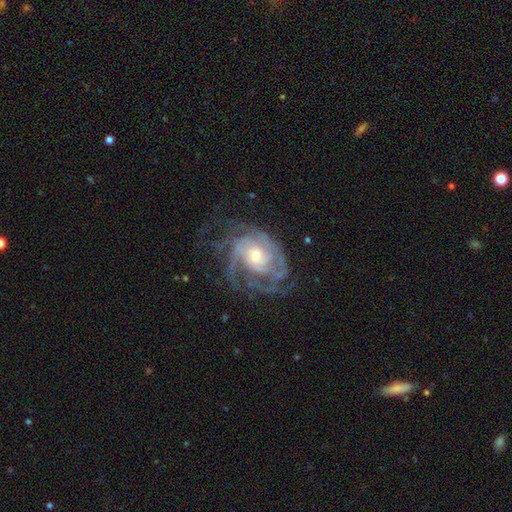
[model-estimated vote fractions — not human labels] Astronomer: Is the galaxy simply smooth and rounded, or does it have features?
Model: featured or disk — 88%.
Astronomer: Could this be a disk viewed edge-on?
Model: no — 97%.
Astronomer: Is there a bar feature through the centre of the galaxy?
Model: no — 70%.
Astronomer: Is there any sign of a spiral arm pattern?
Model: yes — 95%.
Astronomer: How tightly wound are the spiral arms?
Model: tight — 58%.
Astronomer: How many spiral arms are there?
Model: can't tell — 34% (runner-up: 3, 21%).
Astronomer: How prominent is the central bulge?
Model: moderate — 57% (runner-up: small, 32%).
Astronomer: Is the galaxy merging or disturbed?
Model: none — 57%.